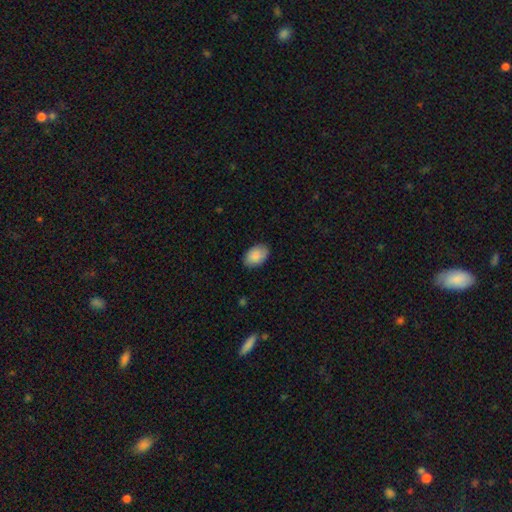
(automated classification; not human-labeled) Morphology: type=smooth (89%); roundness=in between (89%); merging=none (86%).